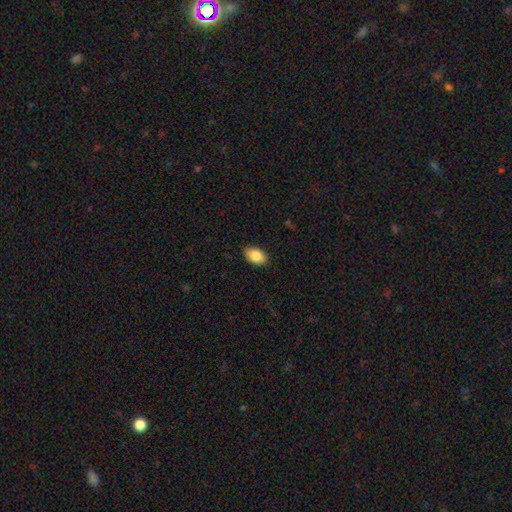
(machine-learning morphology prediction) A smooth galaxy with no disk features (86%) that is in between round and cigar-shaped (91%). Merging: none (87%).